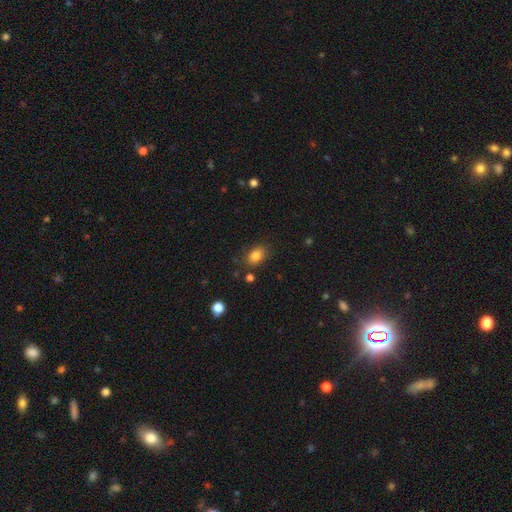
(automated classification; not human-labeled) A smooth galaxy with no disk features (83%) that is in between round and cigar-shaped (81%). Merging: none (81%).